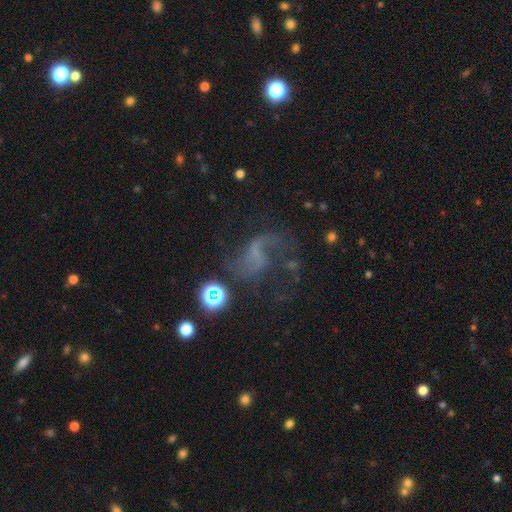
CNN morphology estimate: Smooth or featured: featured or disk — 64% (star or artifact — 20%)
Edge-on disk: no — 97% (yes — 3%)
Bar: no — 48% (weak — 37%)
Spiral arms: yes — 81% (no — 19%)
Bulge size: none — 66% (small — 22%)
Merging: none — 47% (major disturbance — 29%)